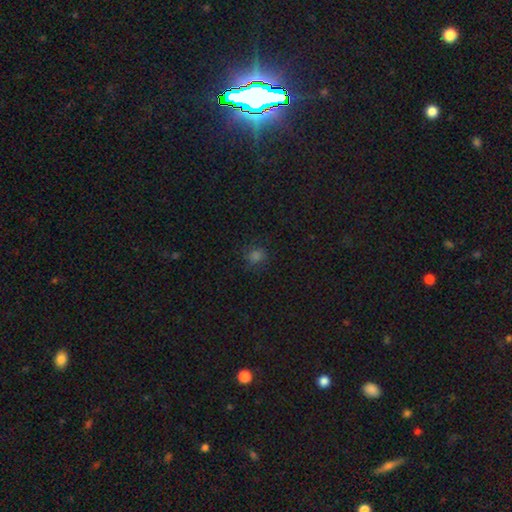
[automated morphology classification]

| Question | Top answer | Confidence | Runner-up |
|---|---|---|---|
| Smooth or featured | smooth | 68% | star or artifact (26%) |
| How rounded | round | 75% | in between (23%) |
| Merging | none | 79% | minor disturbance (14%) |